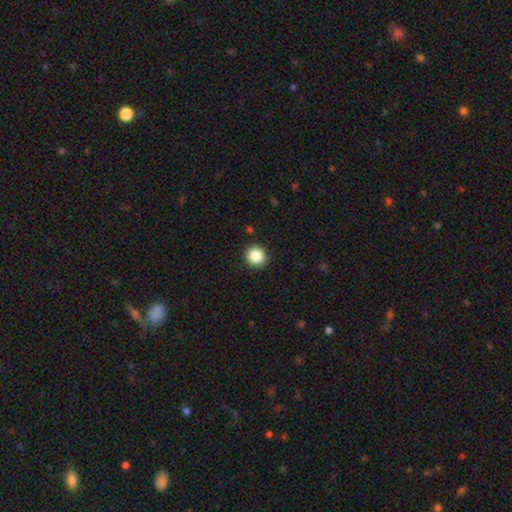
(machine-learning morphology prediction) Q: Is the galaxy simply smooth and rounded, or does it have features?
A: smooth — 87%.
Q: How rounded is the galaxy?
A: round — 89%.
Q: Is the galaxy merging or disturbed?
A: none — 91%.